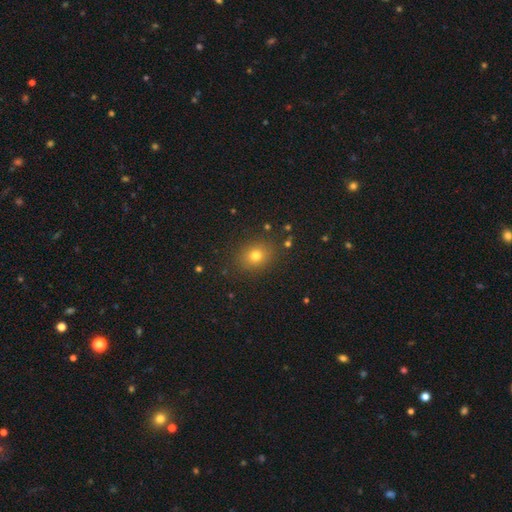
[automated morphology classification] Smooth or featured: smooth — 75% (star or artifact — 16%)
How rounded: round — 54% (in between — 45%)
Merging: none — 87% (minor disturbance — 8%)